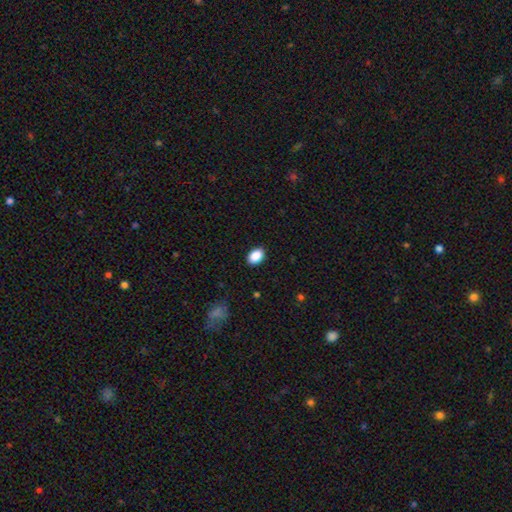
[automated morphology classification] smooth-or-featured: smooth: 89% | star or artifact: 8% | featured or disk: 3%
  how-rounded: in between: 87% | round: 12% | cigar-shaped: 1%
  merging: none: 88% | minor disturbance: 9% | major disturbance: 2% | merger: 1%